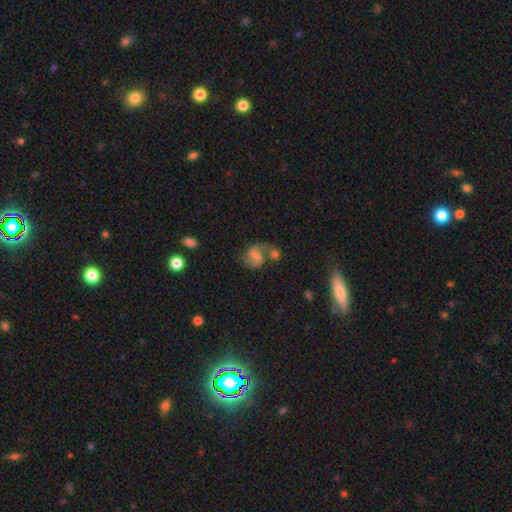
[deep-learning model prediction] Q: Smooth or featured?
A: featured or disk (73%); runner-up: smooth (18%)
Q: Edge-on disk?
A: no (98%); runner-up: yes (2%)
Q: Bar?
A: weak (50%); runner-up: no (34%)
Q: Spiral arms?
A: yes (93%); runner-up: no (7%)
Q: Spiral winding?
A: medium (47%); runner-up: loose (42%)
Q: Spiral arm count?
A: 2 (89%); runner-up: 1 (4%)
Q: Bulge size?
A: small (35%); runner-up: none (31%)
Q: Merging?
A: none (47%); runner-up: merger (27%)